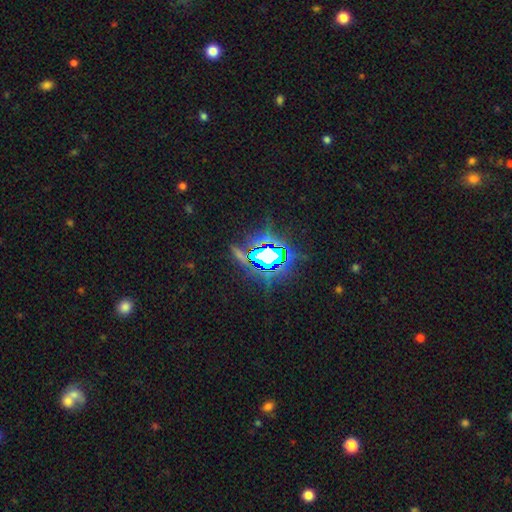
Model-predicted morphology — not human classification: The model was most divided on "smooth or featured": star or artifact: 82%, smooth: 9%, featured or disk: 9%.